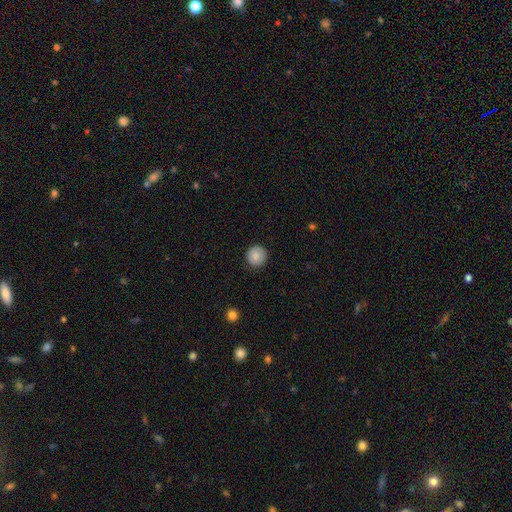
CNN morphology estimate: smooth_or_featured: smooth (p=0.87) [alt: star or artifact p=0.08]
how_rounded: round (p=0.93) [alt: in between p=0.06]
merging: none (p=0.89) [alt: minor disturbance p=0.08]